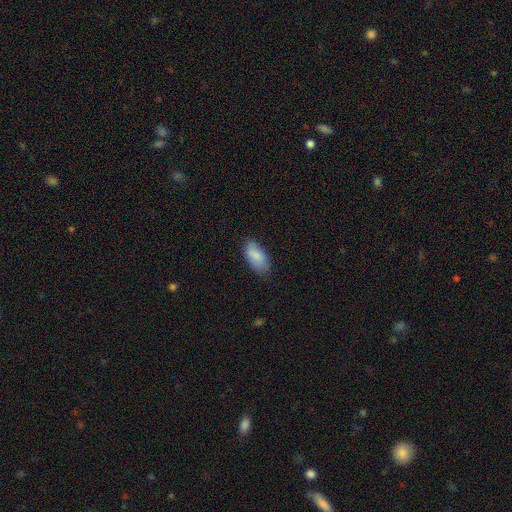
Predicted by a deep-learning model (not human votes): The model was most divided on "merging": none: 75%, minor disturbance: 20%, major disturbance: 4%, merger: 1%. More confident: how rounded — in between (92%); smooth or featured — smooth (85%).